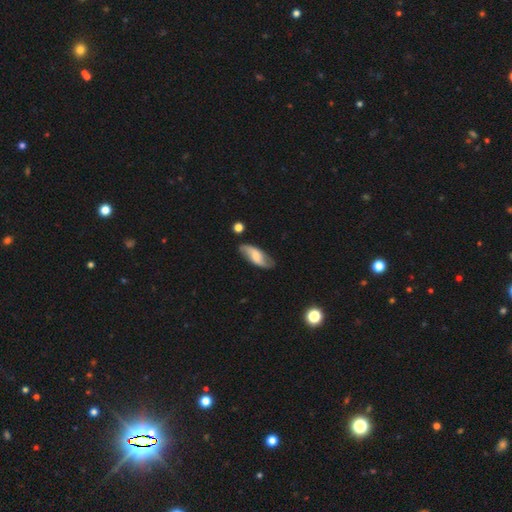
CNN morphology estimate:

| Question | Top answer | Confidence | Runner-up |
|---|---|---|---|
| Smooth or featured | featured or disk | 55% | smooth (39%) |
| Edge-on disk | no | 88% | yes (12%) |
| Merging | none | 75% | minor disturbance (18%) |